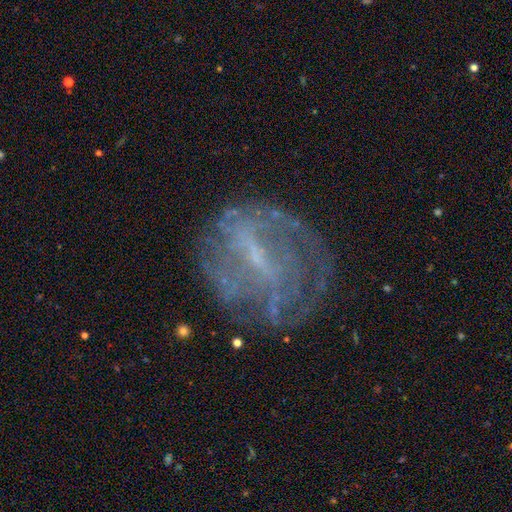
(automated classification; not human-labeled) smooth-or-featured: featured or disk: 71% | smooth: 16% | star or artifact: 14%
  disk-edge-on: no: 95% | yes: 5%
    bar: weak: 48% | strong: 30% | no: 23%
    has-spiral-arms: yes: 62% | no: 38%
    bulge-size: small: 56% | none: 23% | moderate: 18% | large: 2% | dominant: 1%
  merging: none: 64% | minor disturbance: 18% | major disturbance: 16% | merger: 2%